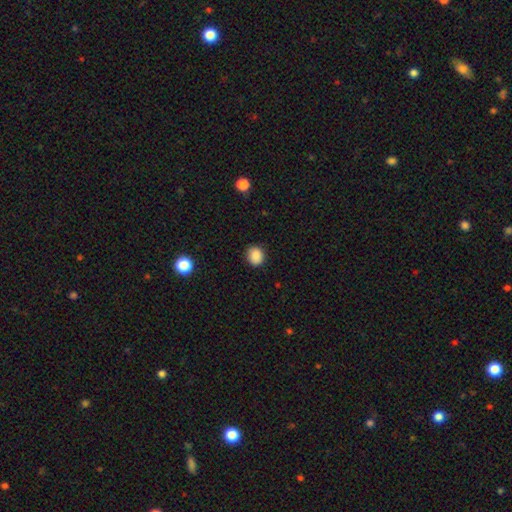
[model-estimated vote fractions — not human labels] A smooth galaxy with no disk features (88%) that is round (76%).

Vote fractions:
- Smooth or featured? smooth: 88% / star or artifact: 9% / featured or disk: 3%
- How rounded? round: 76% / in between: 23% / cigar-shaped: 1%
- Merging? none: 87% / minor disturbance: 10% / major disturbance: 2% / merger: 1%